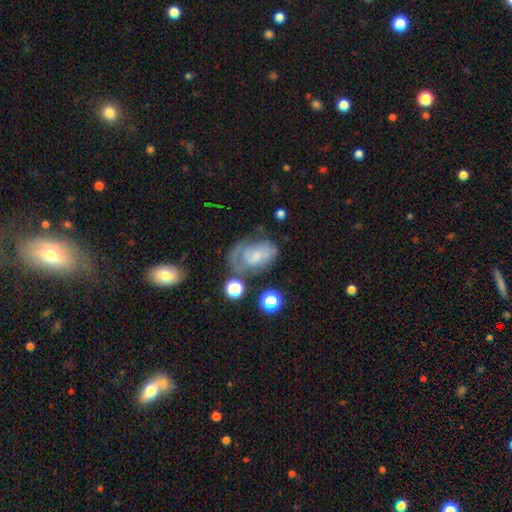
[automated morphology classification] Smooth or featured? featured or disk (46%)
Merging? none (37%)